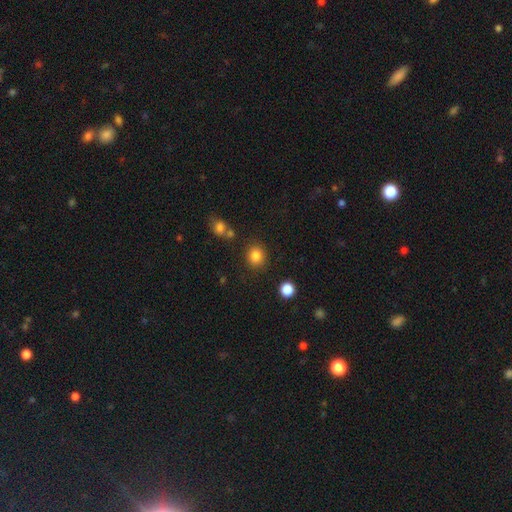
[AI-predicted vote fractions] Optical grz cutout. It shows a smooth galaxy with no disk features (84%) that is round (81%). Merging: none (86%).